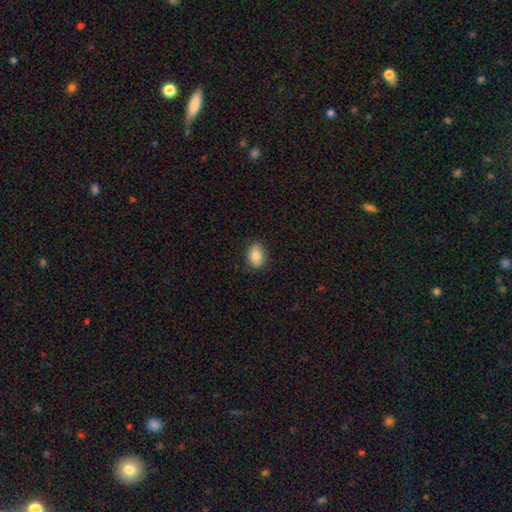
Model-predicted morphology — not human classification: Smooth or featured?
  - smooth: 85% *
  - star or artifact: 8%
  - featured or disk: 7%
How rounded?
  - in between: 75% *
  - round: 24%
  - cigar-shaped: 1%
Merging?
  - none: 87% *
  - minor disturbance: 10%
  - major disturbance: 2%
  - merger: 1%